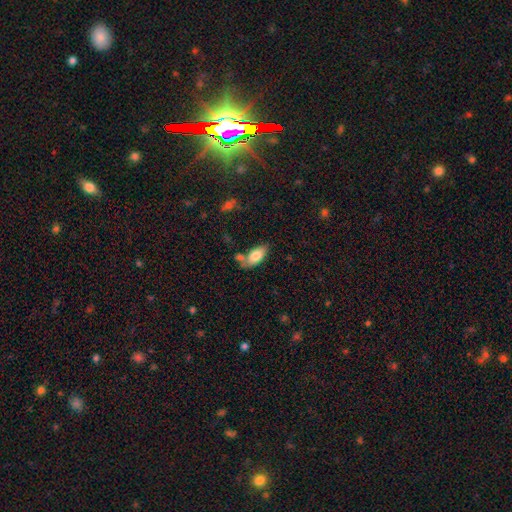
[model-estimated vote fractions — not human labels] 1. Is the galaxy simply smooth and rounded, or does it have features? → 78% smooth, 15% featured or disk, 7% star or artifact.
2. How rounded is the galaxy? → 88% in between, 9% cigar-shaped, 2% round.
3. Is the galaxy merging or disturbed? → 60% none, 18% minor disturbance, 17% merger, 5% major disturbance.